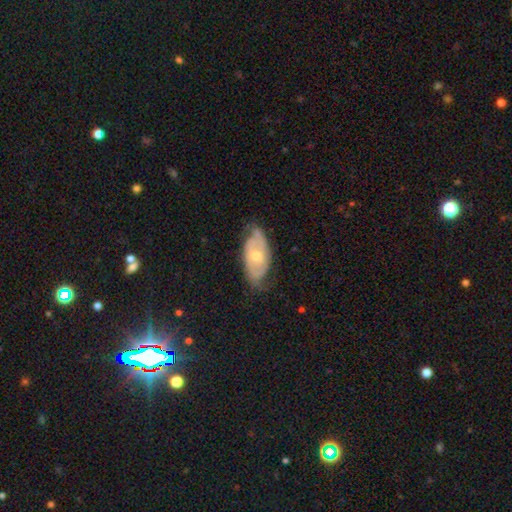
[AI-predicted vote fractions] This appears to be a featured or disk galaxy (70%) with no bar (71%), spiral arms (74%) and a moderate central bulge (61%). Merging: none (65%).